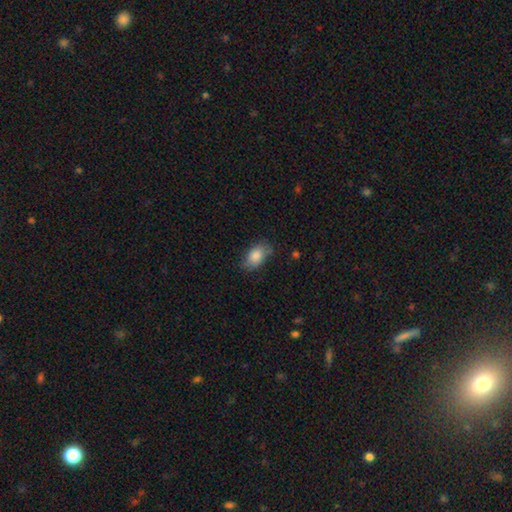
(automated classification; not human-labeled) smooth 85%, featured or disk 8%, star or artifact 7%. Down the decision tree: how rounded — in between (90%); merging — none (73%).